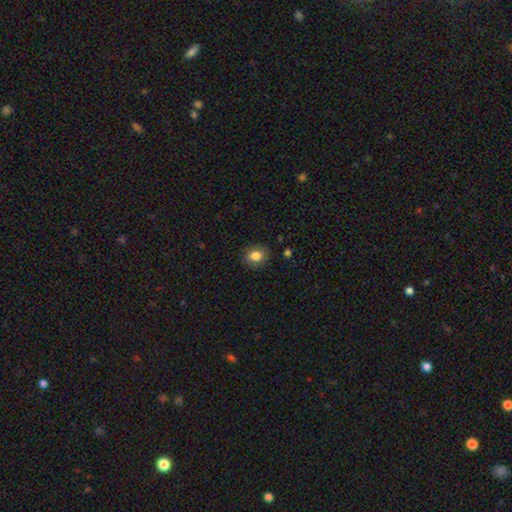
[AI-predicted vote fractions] The model was most divided on "how rounded": round: 57%, in between: 42%, cigar-shaped: 1%. More confident: merging — none (88%); smooth or featured — smooth (83%).